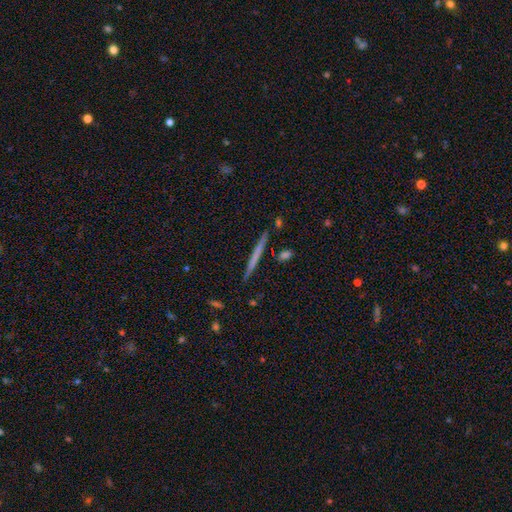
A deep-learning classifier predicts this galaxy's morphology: smooth 49%, featured or disk 45%, star or artifact 6%. Down the decision tree: merging — none (91%).